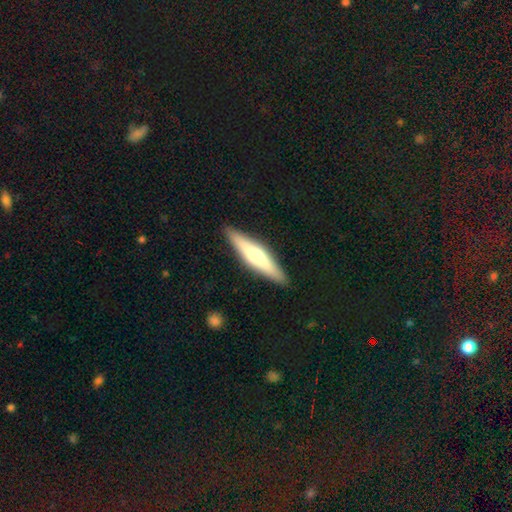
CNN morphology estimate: Overall: smooth (48%; featured or disk 47%). Merging: none (90%).